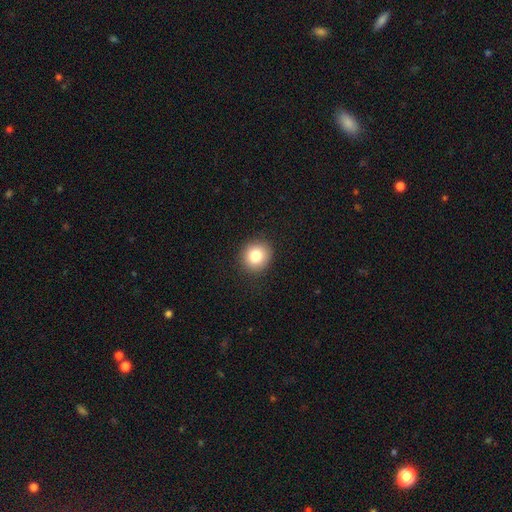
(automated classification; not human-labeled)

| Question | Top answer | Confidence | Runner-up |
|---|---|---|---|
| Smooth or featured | smooth | 83% | star or artifact (9%) |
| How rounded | round | 83% | in between (16%) |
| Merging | none | 90% | minor disturbance (7%) |